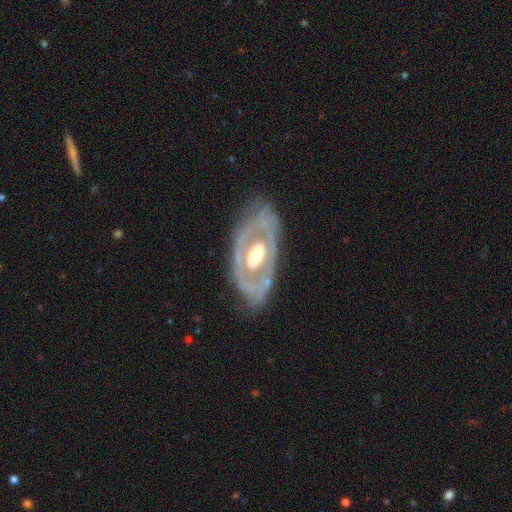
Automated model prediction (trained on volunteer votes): Smooth or featured?
  - featured or disk: 78% *
  - smooth: 18%
  - star or artifact: 4%
Edge-on disk?
  - no: 92% *
  - yes: 8%
Bar?
  - no: 68% *
  - weak: 21%
  - strong: 11%
Spiral arms?
  - no: 60% *
  - yes: 40%
Bulge size?
  - moderate: 68% *
  - large: 17%
  - small: 13%
  - dominant: 1%
  - none: 1%
Merging?
  - none: 69% *
  - minor disturbance: 20%
  - major disturbance: 9%
  - merger: 2%